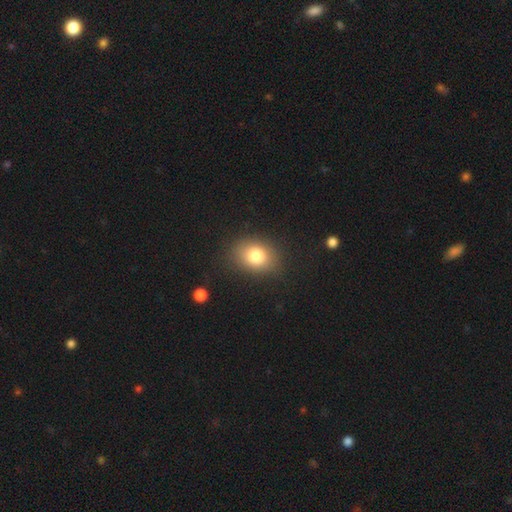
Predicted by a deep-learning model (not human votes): A smooth galaxy with no disk features (80%) that is in between round and cigar-shaped (59%). Merging: none (85%).